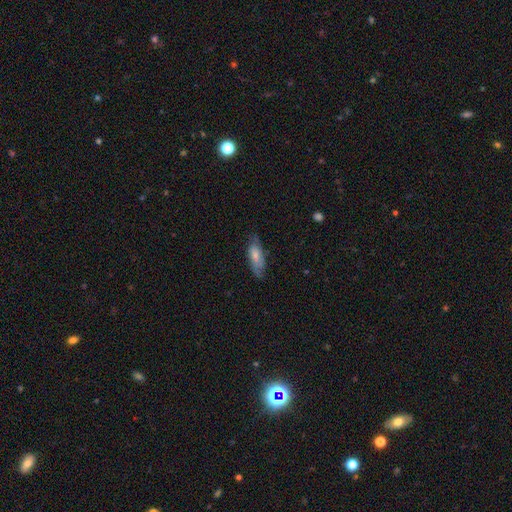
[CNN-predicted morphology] A smooth galaxy with no disk features (64%) that is in between round and cigar-shaped (71%).

Vote fractions:
- Smooth or featured? smooth: 64% / featured or disk: 29% / star or artifact: 7%
- How rounded? in between: 71% / cigar-shaped: 27% / round: 2%
- Merging? none: 67% / minor disturbance: 24% / major disturbance: 7% / merger: 2%